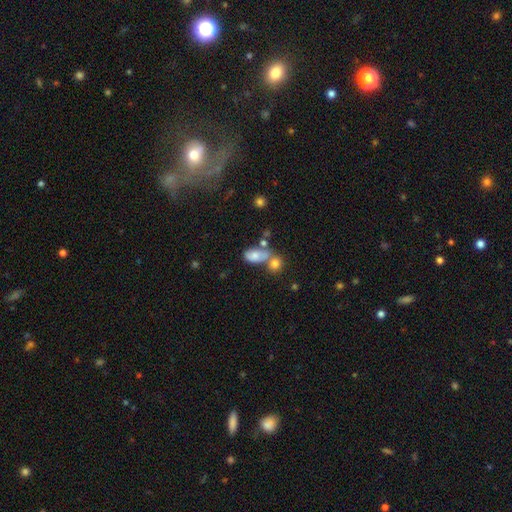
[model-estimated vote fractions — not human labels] This is likely a smooth galaxy (68%). How rounded: clearly in between (87%). Merging: possibly merger (48%).